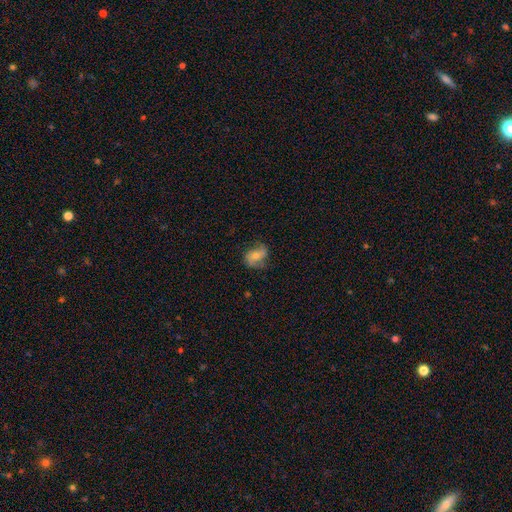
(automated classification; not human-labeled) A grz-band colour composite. It shows a featured or disk galaxy (59%) with no bar (50%), spiral arms (87%) and a moderate central bulge (58%). Merging: none (70%).